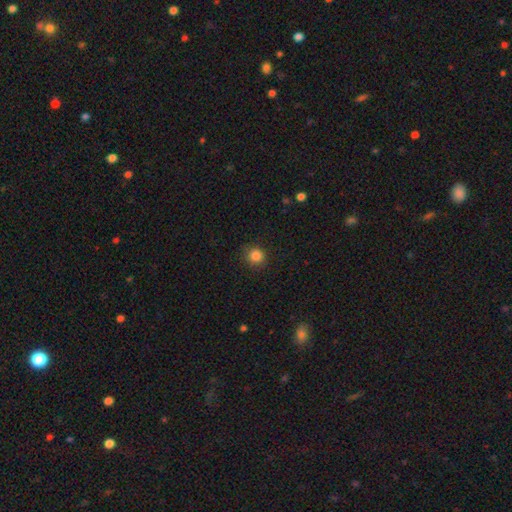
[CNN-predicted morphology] This is clearly a smooth galaxy (85%). How rounded: clearly round (91%). Merging: clearly none (88%).